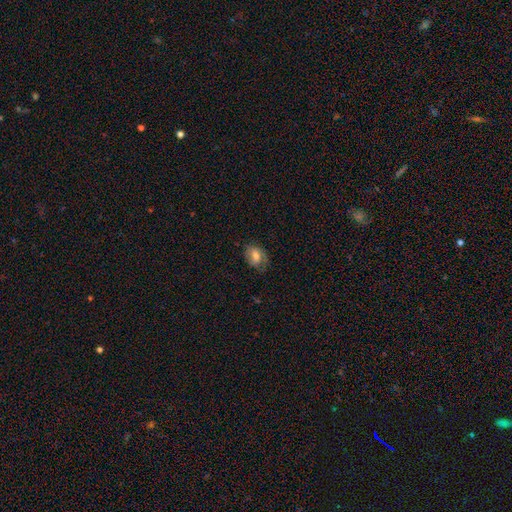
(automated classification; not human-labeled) Smooth or featured? smooth (62%)
How rounded? in between (72%)
Merging? none (62%)